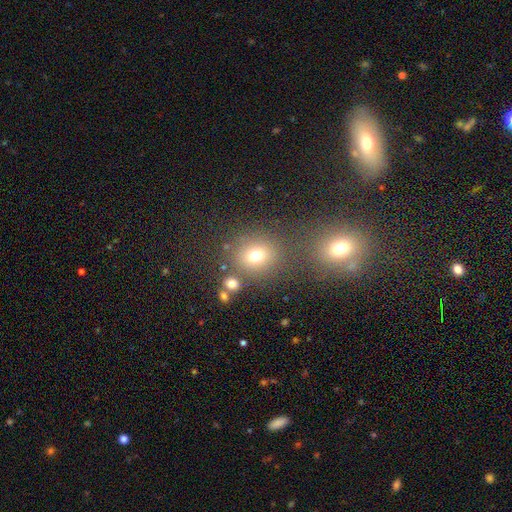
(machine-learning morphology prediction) smooth_or_featured: smooth (p=0.73) [alt: star or artifact p=0.18]
how_rounded: round (p=0.77) [alt: in between p=0.22]
merging: none (p=0.72) [alt: merger p=0.11]